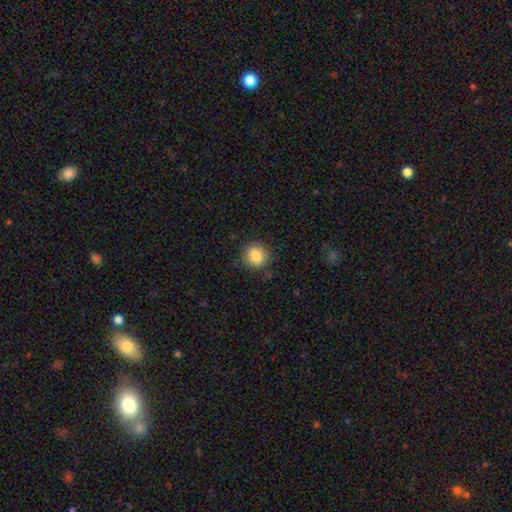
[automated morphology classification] type=smooth (86%); roundness=round (86%); merging=none (86%).